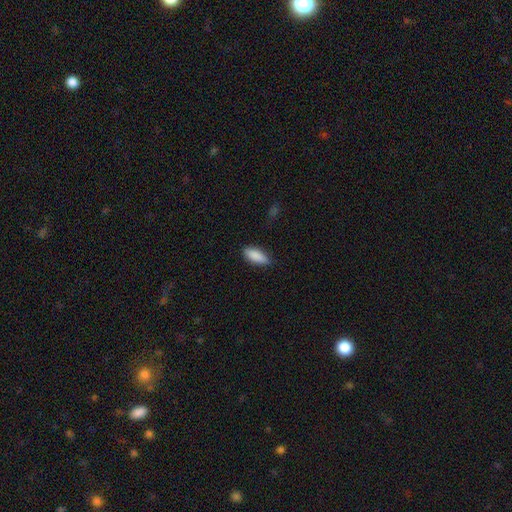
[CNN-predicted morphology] A smooth galaxy with no disk features (89%) that is in between round and cigar-shaped (74%). Merging: none (81%).